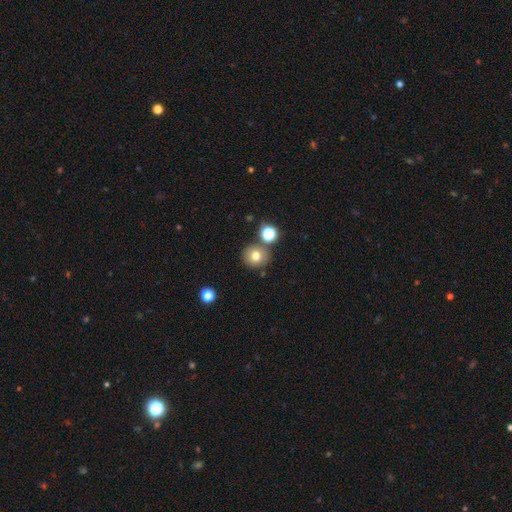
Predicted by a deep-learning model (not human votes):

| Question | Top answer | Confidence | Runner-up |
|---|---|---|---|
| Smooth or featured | smooth | 75% | star or artifact (15%) |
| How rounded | round | 89% | in between (10%) |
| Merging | none | 76% | merger (13%) |